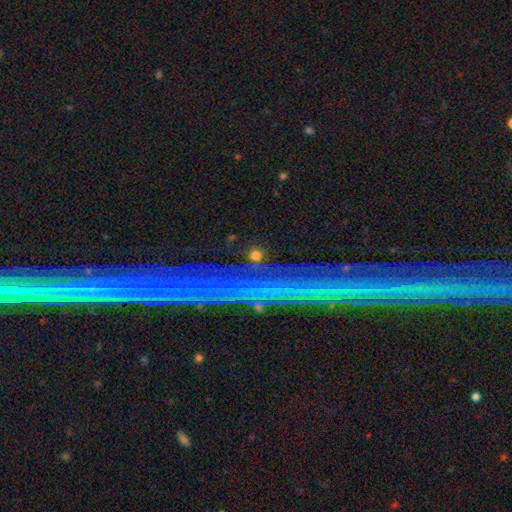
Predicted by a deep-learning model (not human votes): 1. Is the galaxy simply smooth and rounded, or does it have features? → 45% star or artifact, 42% smooth, 14% featured or disk.